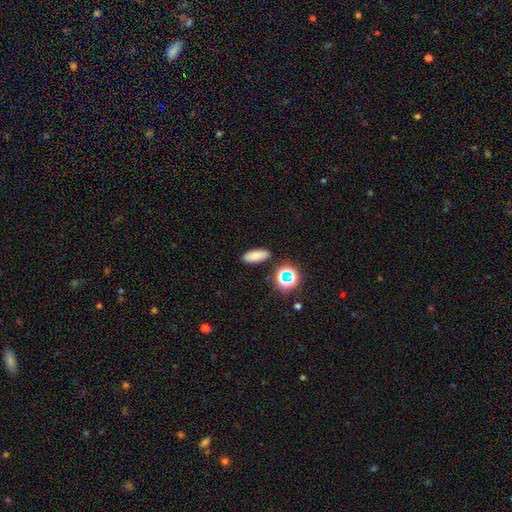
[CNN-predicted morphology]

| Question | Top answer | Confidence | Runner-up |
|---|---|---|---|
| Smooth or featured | smooth | 77% | star or artifact (14%) |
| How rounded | in between | 74% | cigar-shaped (19%) |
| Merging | none | 87% | minor disturbance (8%) |